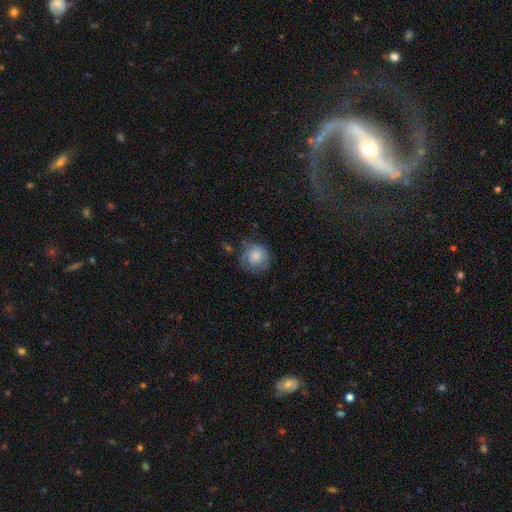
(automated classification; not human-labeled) smooth_or_featured: smooth (p=0.76) [alt: featured or disk p=0.16]
how_rounded: round (p=0.89) [alt: in between p=0.10]
merging: none (p=0.62) [alt: minor disturbance p=0.25]